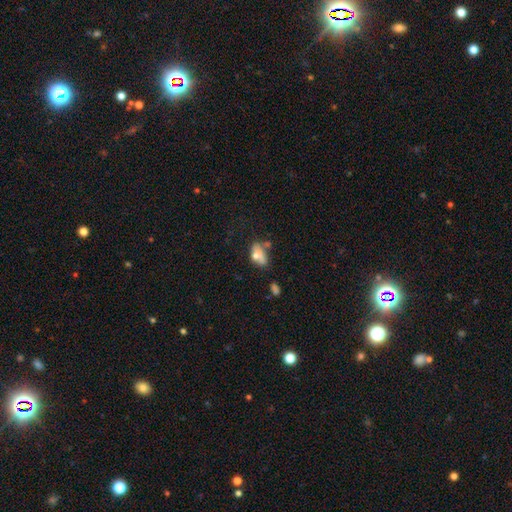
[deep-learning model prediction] Smooth or featured? smooth (65%)
How rounded? in between (87%)
Merging? none (38%)